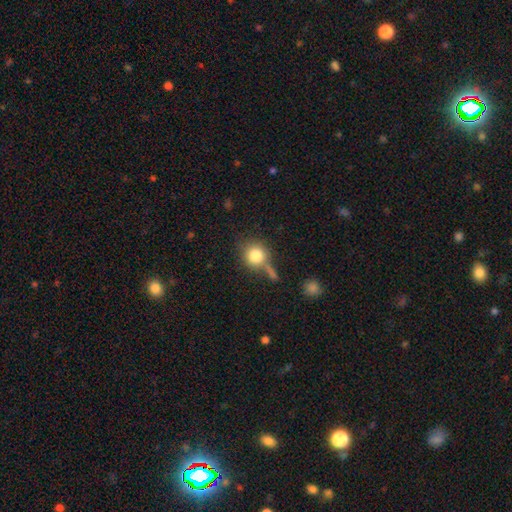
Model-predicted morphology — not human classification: Overall: smooth (79%). How rounded: round (86%). Merging: none (59%).